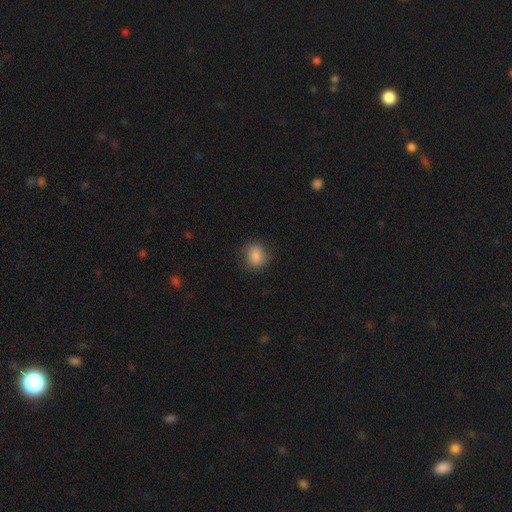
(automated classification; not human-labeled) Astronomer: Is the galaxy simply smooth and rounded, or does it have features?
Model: smooth — 85%.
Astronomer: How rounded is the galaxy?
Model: round — 69%.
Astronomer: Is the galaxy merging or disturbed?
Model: none — 81%.